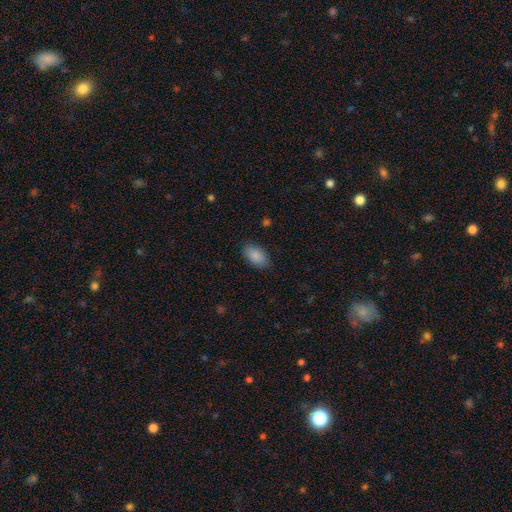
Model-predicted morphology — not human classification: Smooth or featured? Predicted: smooth (p=0.88). How rounded? Predicted: in between (p=0.94). Merging? Predicted: none (p=0.87).